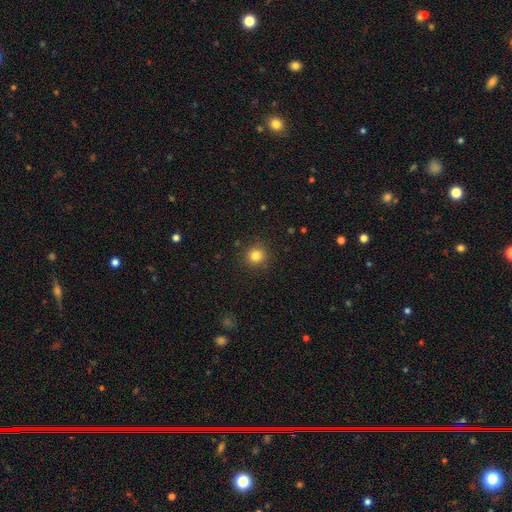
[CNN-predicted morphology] Overall: smooth (82%). How rounded: round (92%). Merging: none (90%).